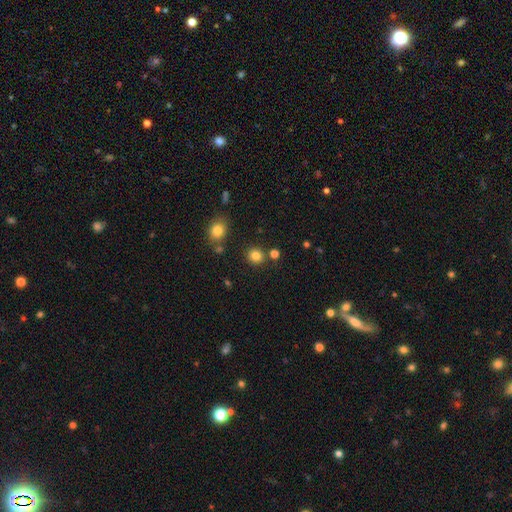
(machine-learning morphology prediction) smooth_or_featured: smooth (p=0.81) [alt: star or artifact p=0.13]
how_rounded: round (p=0.88) [alt: in between p=0.11]
merging: none (p=0.82) [alt: minor disturbance p=0.08]